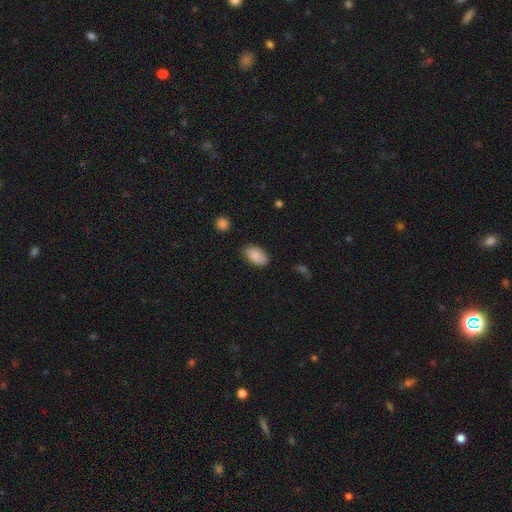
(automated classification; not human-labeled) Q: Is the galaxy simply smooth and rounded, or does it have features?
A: smooth — 88%.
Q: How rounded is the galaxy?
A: in between — 94%.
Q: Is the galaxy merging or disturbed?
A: none — 82%.